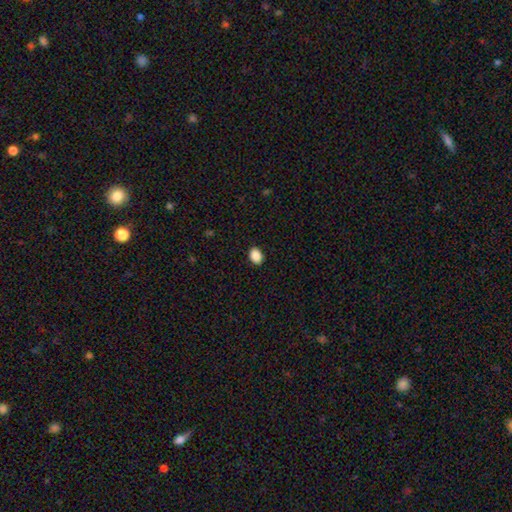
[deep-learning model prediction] A smooth galaxy with no disk features (90%) that is in between round and cigar-shaped (75%). Merging: none (90%).